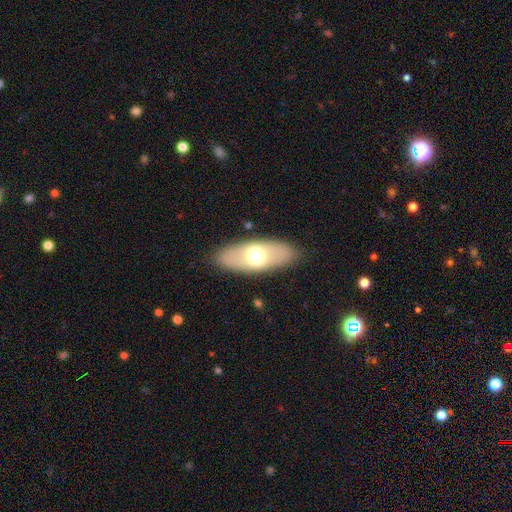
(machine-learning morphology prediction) smooth-or-featured: smooth: 59% | featured or disk: 35% | star or artifact: 6%
  how-rounded: in between: 81% | cigar-shaped: 16% | round: 4%
  merging: none: 87% | minor disturbance: 9% | major disturbance: 3% | merger: 1%